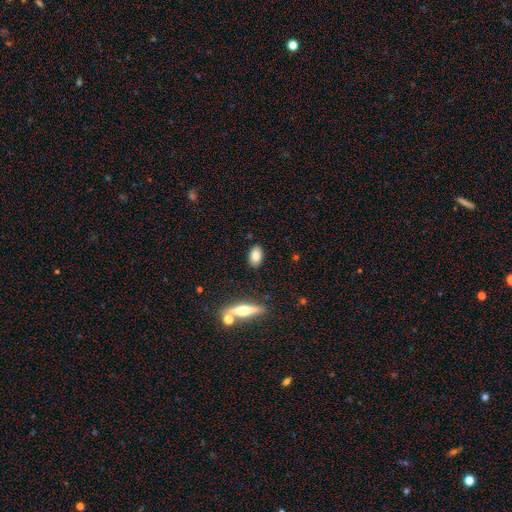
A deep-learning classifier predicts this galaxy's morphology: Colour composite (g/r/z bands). It shows a smooth galaxy with no disk features (82%) that is in between round and cigar-shaped (89%). Merging: none (86%).